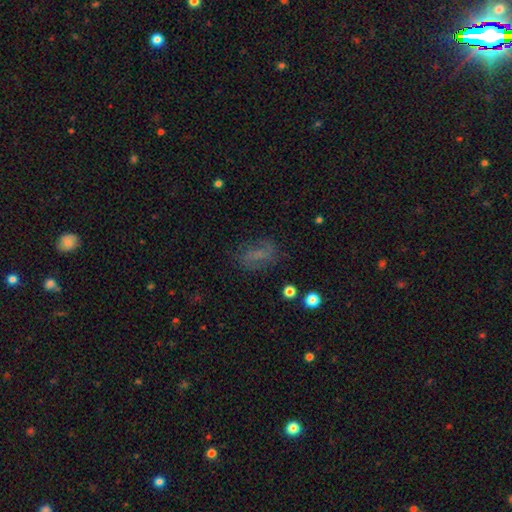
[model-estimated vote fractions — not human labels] Smooth or featured: smooth — 45% (featured or disk — 39%)
Merging: none — 68% (minor disturbance — 18%)